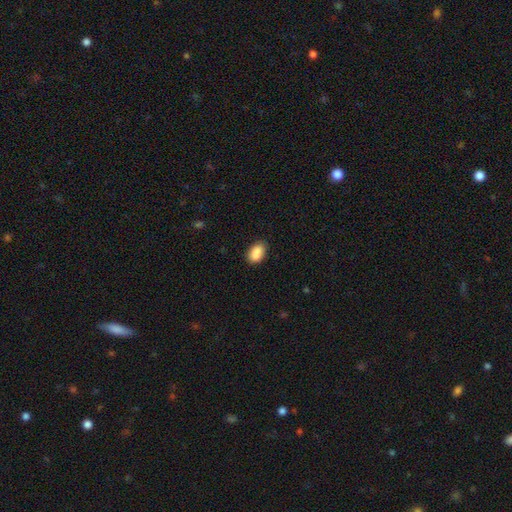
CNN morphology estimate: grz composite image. It shows a smooth galaxy with no disk features (87%) that is in between round and cigar-shaped (89%). Merging: none (73%).